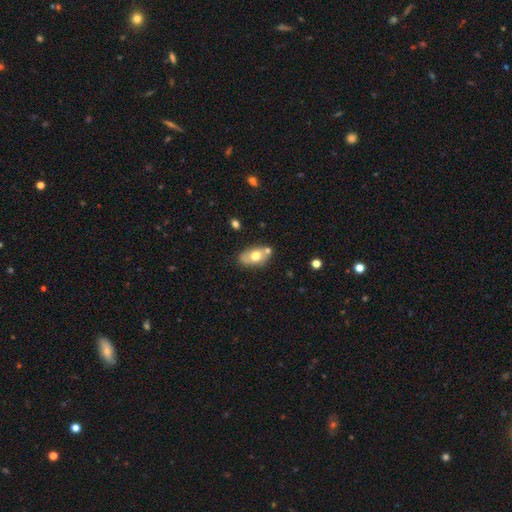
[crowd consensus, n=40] A smooth galaxy with no disk features (50%) that is in between round and cigar-shaped (95%).

Vote fractions:
- Smooth or featured? smooth: 50% / featured or disk: 42% / star or artifact: 8%
- How rounded? in between: 95% / round: 5% / cigar-shaped: 0%
- Merging? none: 51% / merger: 30% / minor disturbance: 19% / major disturbance: 0%